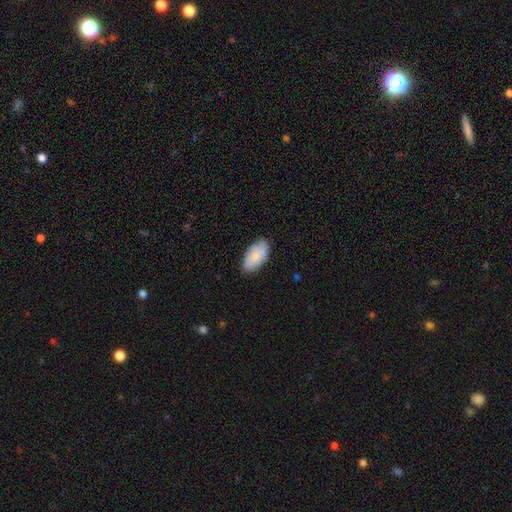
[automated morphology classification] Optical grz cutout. It shows a smooth galaxy with no disk features (79%) that is in between round and cigar-shaped (95%). Merging: none (78%).